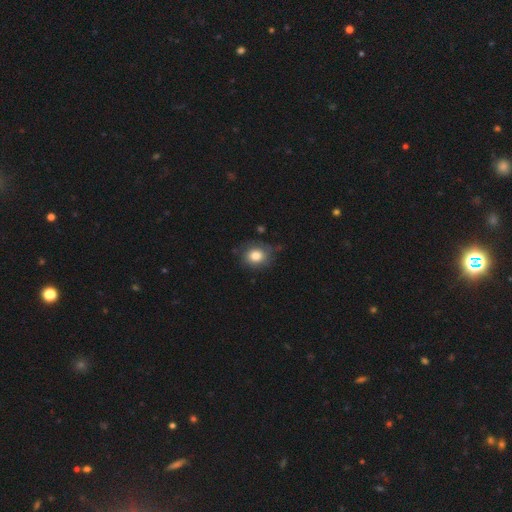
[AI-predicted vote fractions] smooth 81%, featured or disk 10%, star or artifact 9%. Down the decision tree: how rounded — round (64%); merging — none (70%).